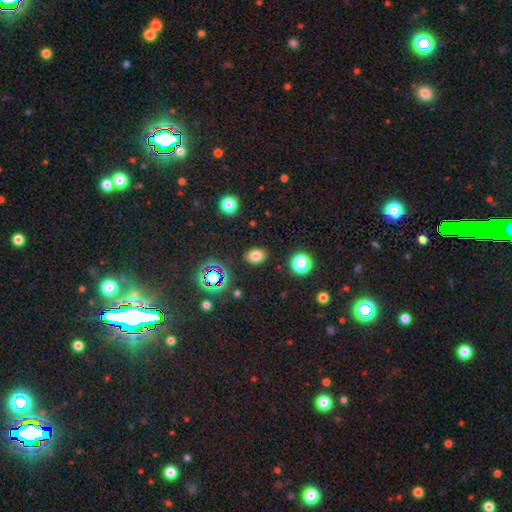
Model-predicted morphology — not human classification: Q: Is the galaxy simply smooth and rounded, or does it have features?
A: smooth — 75%.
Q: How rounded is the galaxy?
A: in between — 73%.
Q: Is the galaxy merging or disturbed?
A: none — 86%.